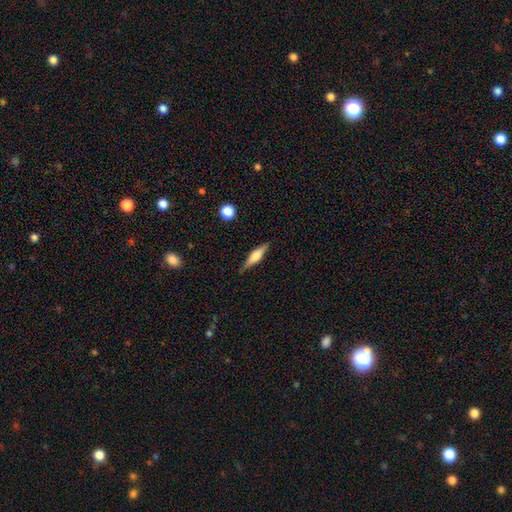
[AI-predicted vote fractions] A featured or disk galaxy (55%) viewed edge-on (96%) with a rounded central bulge (78%).

Vote fractions:
- Smooth or featured? featured or disk: 55% / smooth: 38% / star or artifact: 7%
- Edge-on disk? yes: 96% / no: 4%
- Edge-on bulge? rounded: 78% / boxy: 17% / none: 4%
- Merging? none: 85% / minor disturbance: 11% / major disturbance: 2% / merger: 1%